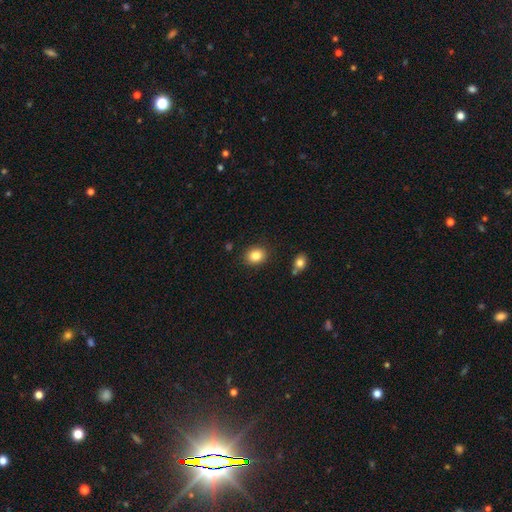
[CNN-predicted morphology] Overall: smooth (85%). How rounded: round (61%; in between 38%). Merging: none (87%).